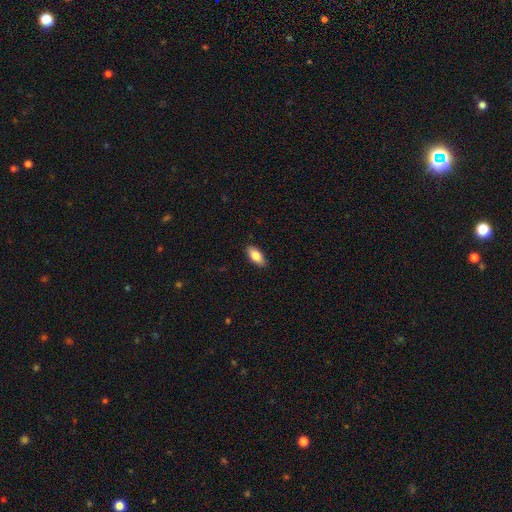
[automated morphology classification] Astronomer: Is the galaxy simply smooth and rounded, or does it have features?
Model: smooth — 83%.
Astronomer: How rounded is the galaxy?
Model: in between — 87%.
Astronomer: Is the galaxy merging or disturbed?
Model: none — 88%.